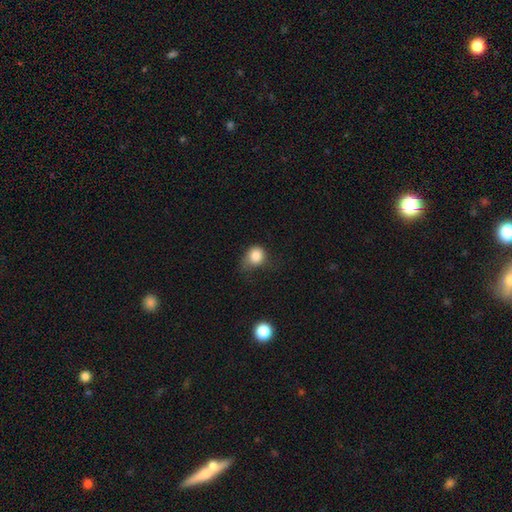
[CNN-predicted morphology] smooth 82%, star or artifact 10%, featured or disk 8%. Down the decision tree: how rounded — round (67%); merging — minor disturbance (38%, tied with none).